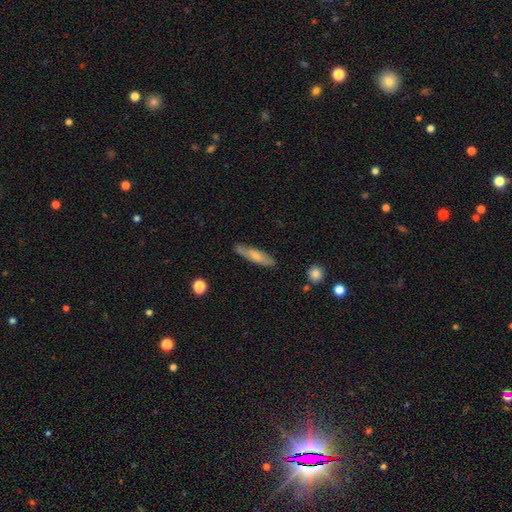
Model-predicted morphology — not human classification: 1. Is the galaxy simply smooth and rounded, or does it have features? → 65% smooth, 29% featured or disk, 6% star or artifact.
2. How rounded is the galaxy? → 73% cigar-shaped, 25% in between, 2% round.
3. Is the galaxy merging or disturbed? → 77% none, 17% minor disturbance, 3% major disturbance, 3% merger.